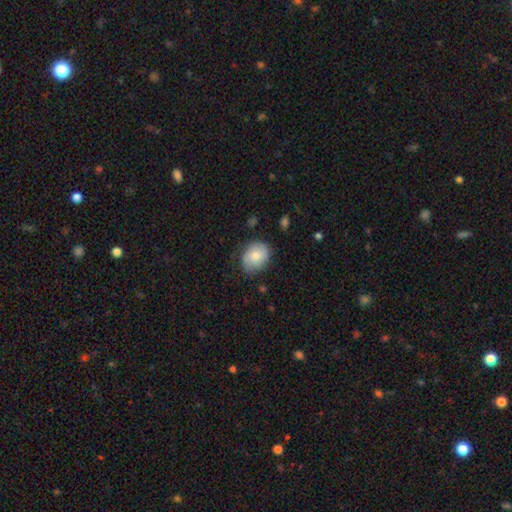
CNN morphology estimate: A smooth galaxy with no disk features (71%) that is in between round and cigar-shaped (54%).

Vote fractions:
- Smooth or featured? smooth: 71% / featured or disk: 22% / star or artifact: 7%
- How rounded? in between: 54% / round: 45% / cigar-shaped: 1%
- Merging? none: 69% / minor disturbance: 24% / major disturbance: 6% / merger: 1%